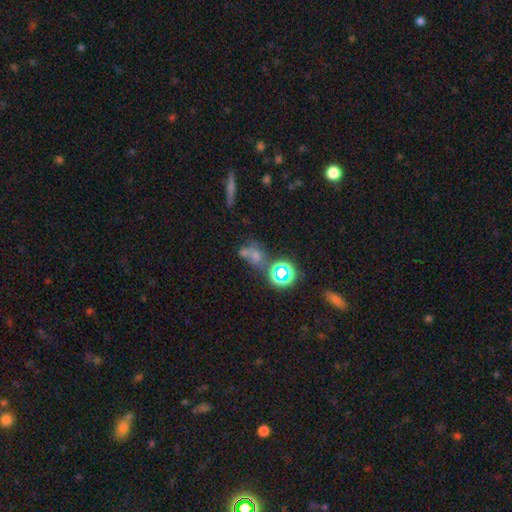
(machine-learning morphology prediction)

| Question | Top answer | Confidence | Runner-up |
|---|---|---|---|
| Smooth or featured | smooth | 44% | star or artifact (39%) |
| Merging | none | 48% | merger (35%) |